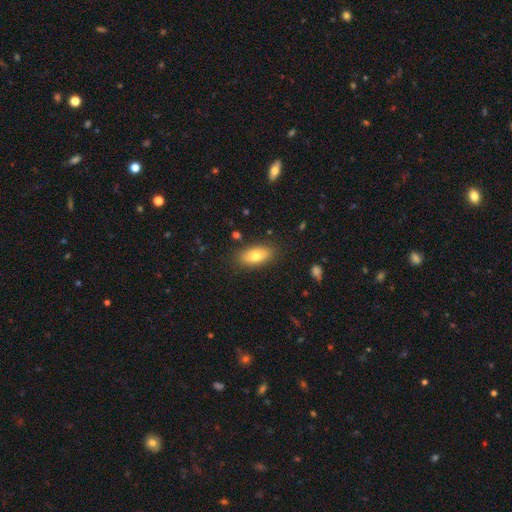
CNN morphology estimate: Q: Smooth or featured?
A: smooth (75%); runner-up: featured or disk (17%)
Q: How rounded?
A: in between (87%); runner-up: cigar-shaped (9%)
Q: Merging?
A: none (84%); runner-up: minor disturbance (11%)